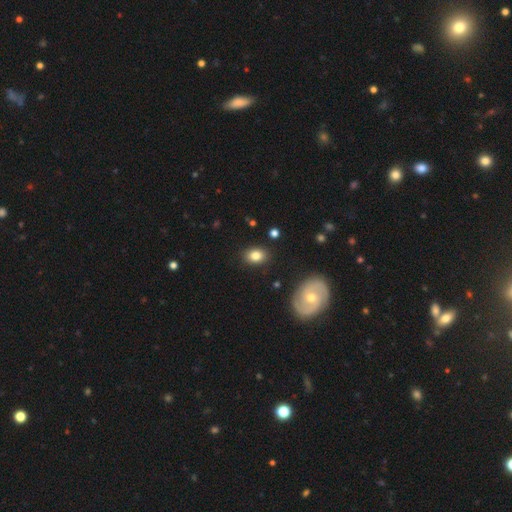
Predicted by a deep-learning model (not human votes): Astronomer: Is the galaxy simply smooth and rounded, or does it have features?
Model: smooth — 82%.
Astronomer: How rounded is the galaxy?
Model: in between — 72%.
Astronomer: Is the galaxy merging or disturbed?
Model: none — 86%.